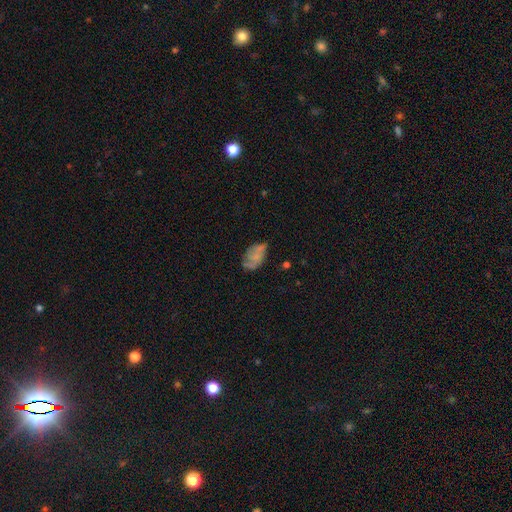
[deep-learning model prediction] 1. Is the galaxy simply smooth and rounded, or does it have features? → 49% smooth, 40% featured or disk, 10% star or artifact.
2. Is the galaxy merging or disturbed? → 44% none, 33% minor disturbance, 18% major disturbance, 6% merger.